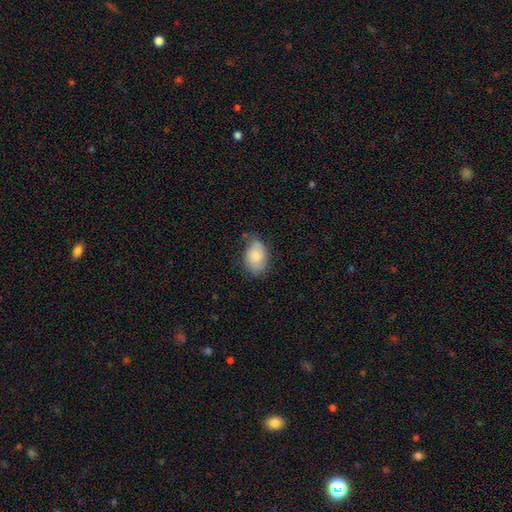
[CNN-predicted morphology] Overall: smooth (80%). How rounded: in between (87%). Merging: none (55%; minor disturbance 34%).